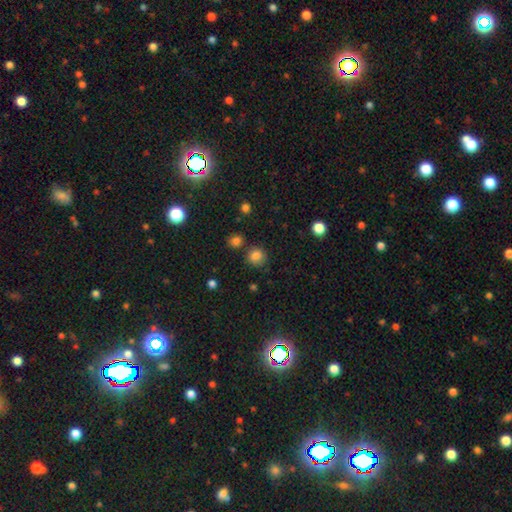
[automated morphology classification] This appears to be a smooth galaxy with no disk features (82%) that is round (87%). Merging: none (77%).